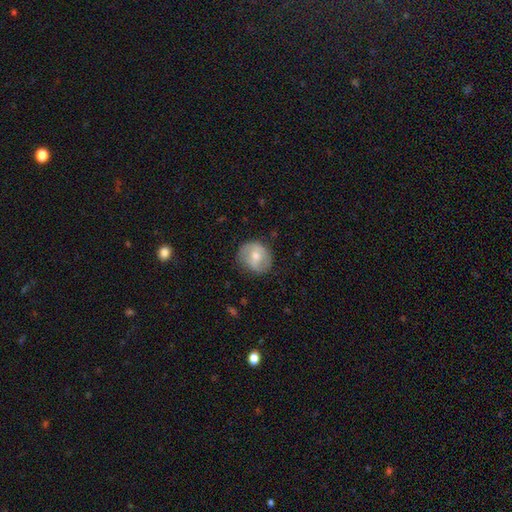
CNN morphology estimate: The model was most divided on "smooth or featured": smooth: 55%, featured or disk: 38%, star or artifact: 7%. More confident: how rounded — round (80%); merging — none (76%).